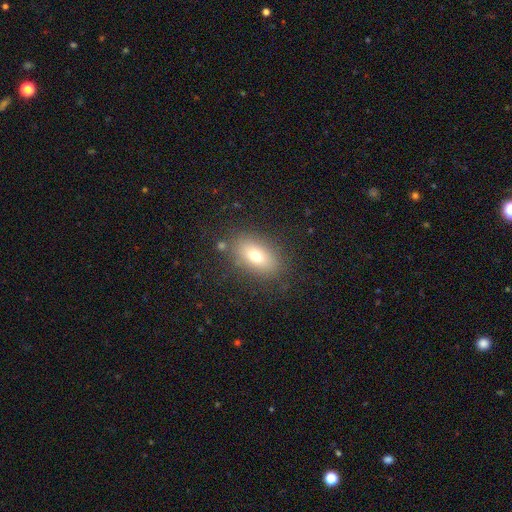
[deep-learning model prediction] Overall: smooth (73%). How rounded: in between (86%). Merging: none (83%).